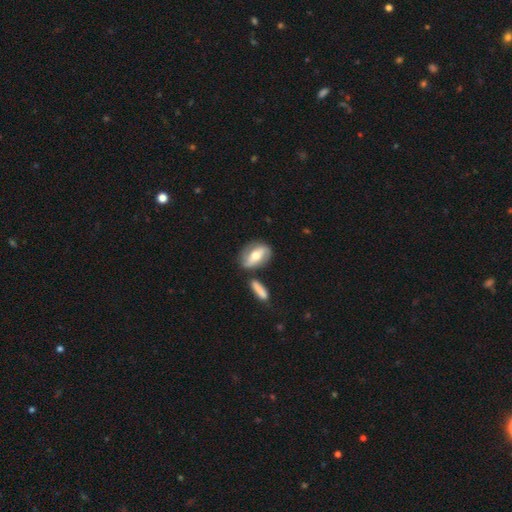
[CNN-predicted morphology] Smooth or featured?
  - featured or disk: 52% *
  - smooth: 42%
  - star or artifact: 6%
Edge-on disk?
  - no: 83% *
  - yes: 17%
Merging?
  - none: 68% *
  - minor disturbance: 15%
  - merger: 12%
  - major disturbance: 5%